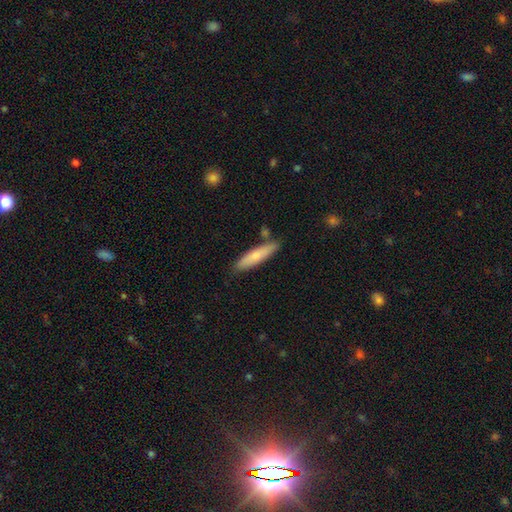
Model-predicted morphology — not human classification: A smooth galaxy with no disk features (73%) that is cigar-shaped (81%).

Vote fractions:
- Smooth or featured? smooth: 73% / featured or disk: 21% / star or artifact: 6%
- How rounded? cigar-shaped: 81% / in between: 18% / round: 1%
- Merging? none: 80% / minor disturbance: 12% / merger: 5% / major disturbance: 2%